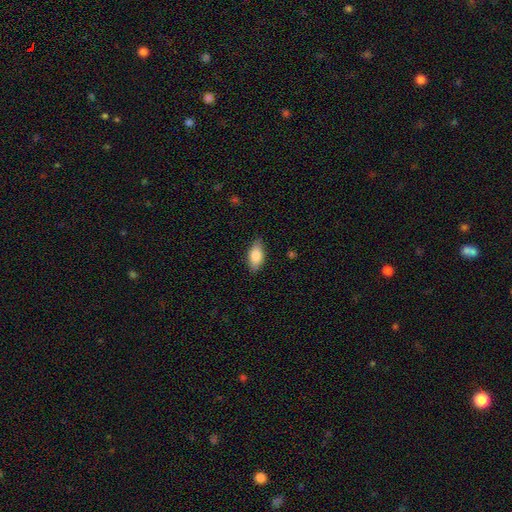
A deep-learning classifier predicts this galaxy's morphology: A smooth galaxy with no disk features (83%) that is in between round and cigar-shaped (89%).

Vote fractions:
- Smooth or featured? smooth: 83% / featured or disk: 11% / star or artifact: 6%
- How rounded? in between: 89% / cigar-shaped: 7% / round: 3%
- Merging? none: 83% / minor disturbance: 14% / major disturbance: 3% / merger: 1%